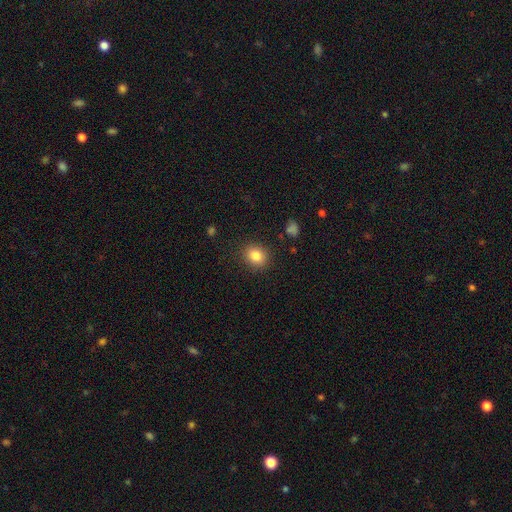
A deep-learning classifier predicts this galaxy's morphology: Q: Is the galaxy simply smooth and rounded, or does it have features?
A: smooth — 84%.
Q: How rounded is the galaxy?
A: round — 64%.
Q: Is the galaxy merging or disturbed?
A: none — 88%.